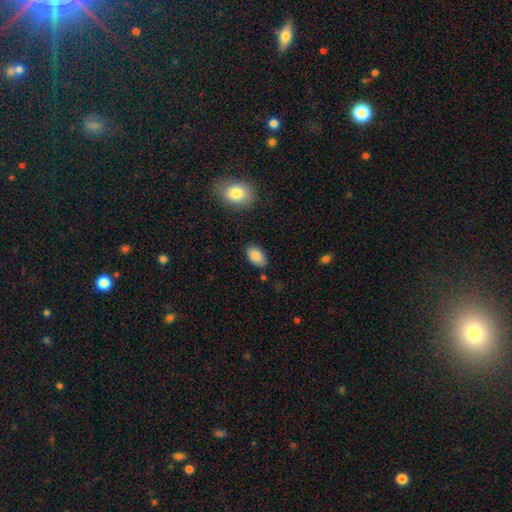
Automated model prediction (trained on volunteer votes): smooth_or_featured: smooth (p=0.87) [alt: star or artifact p=0.07]
how_rounded: in between (p=0.92) [alt: round p=0.07]
merging: none (p=0.84) [alt: minor disturbance p=0.12]